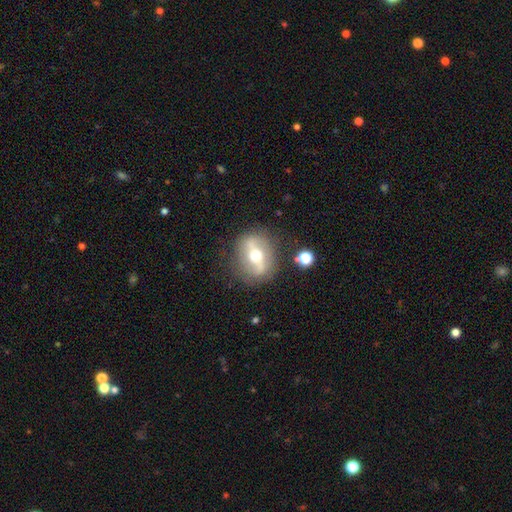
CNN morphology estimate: type=featured or disk (68%); edge-on=no (86%); bar=strong (54%); spiral arms=yes (57%); bulge=moderate (72%); merging=none (78%).